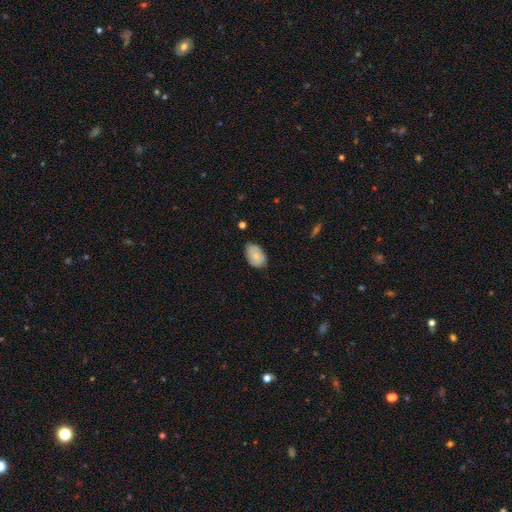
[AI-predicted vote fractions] smooth-or-featured: smooth: 77% | featured or disk: 17% | star or artifact: 7%
  how-rounded: in between: 89% | round: 9% | cigar-shaped: 1%
  merging: none: 66% | minor disturbance: 28% | major disturbance: 4% | merger: 2%